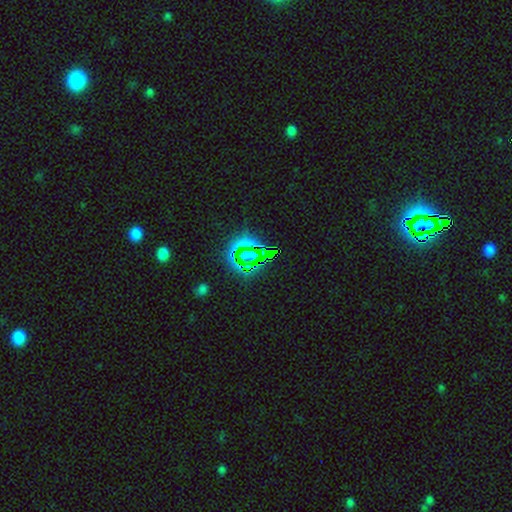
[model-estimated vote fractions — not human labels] This appears to be a star or artifact, not a galaxy (71%).